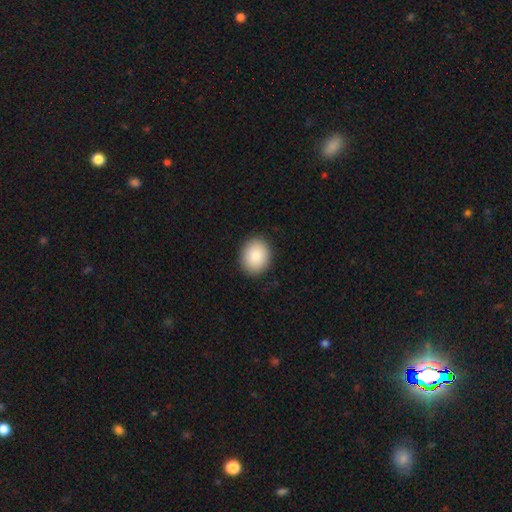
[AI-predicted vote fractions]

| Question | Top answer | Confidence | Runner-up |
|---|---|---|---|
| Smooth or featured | smooth | 88% | star or artifact (7%) |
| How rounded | round | 54% | in between (45%) |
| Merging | none | 89% | minor disturbance (8%) |